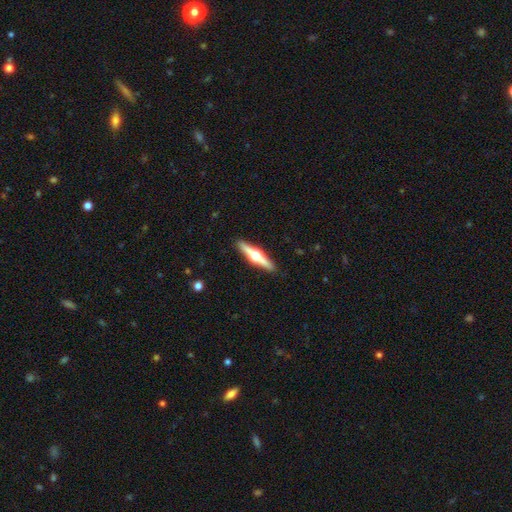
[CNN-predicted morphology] Smooth or featured? featured or disk (71%)
Edge-on disk? yes (98%)
Edge-on bulge? rounded (96%)
Merging? none (91%)